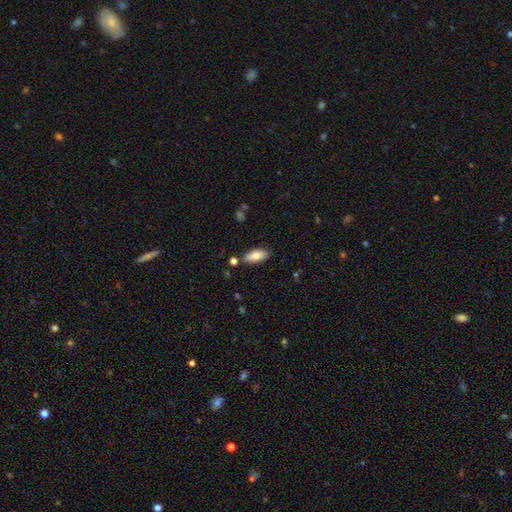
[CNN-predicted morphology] Q: Smooth or featured?
A: smooth (82%); runner-up: featured or disk (12%)
Q: How rounded?
A: in between (86%); runner-up: cigar-shaped (12%)
Q: Merging?
A: none (81%); runner-up: minor disturbance (12%)